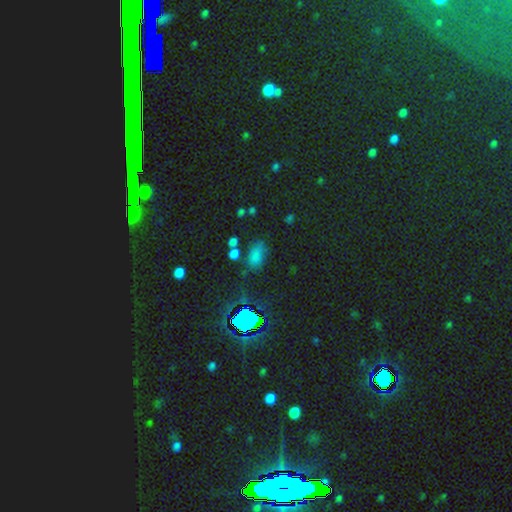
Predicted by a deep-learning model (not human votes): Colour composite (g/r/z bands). It shows a smooth galaxy with no disk features (59%) that is in between round and cigar-shaped (83%). Merging: none (63%).